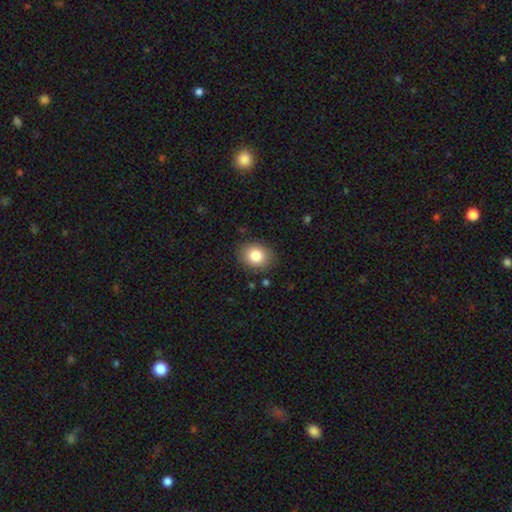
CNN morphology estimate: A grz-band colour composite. It shows a smooth galaxy with no disk features (83%) that is round (52%). Merging: none (86%).